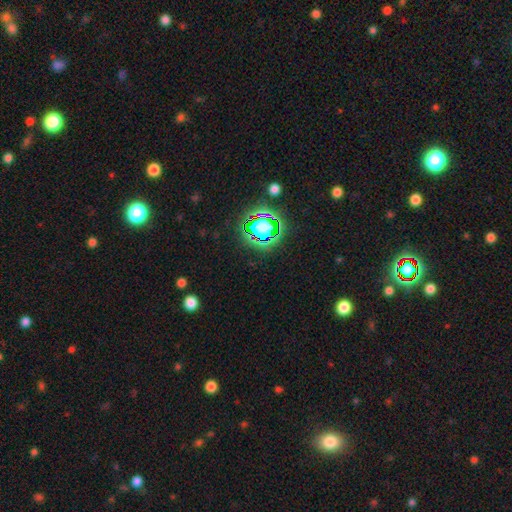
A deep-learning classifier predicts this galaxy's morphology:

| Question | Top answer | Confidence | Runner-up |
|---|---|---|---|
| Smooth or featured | star or artifact | 78% | smooth (15%) |